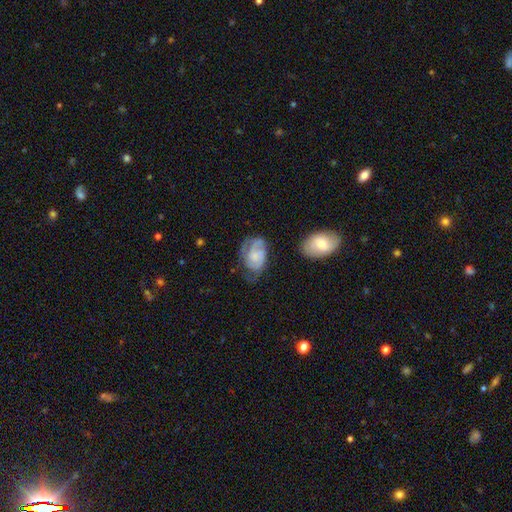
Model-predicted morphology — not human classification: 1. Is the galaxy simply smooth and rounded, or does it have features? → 60% featured or disk, 33% smooth, 7% star or artifact.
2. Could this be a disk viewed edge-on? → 97% no, 3% yes.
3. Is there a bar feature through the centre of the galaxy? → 72% no, 25% weak, 3% strong.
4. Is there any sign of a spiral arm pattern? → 82% yes, 18% no.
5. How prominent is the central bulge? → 46% small, 27% moderate, 19% none, 6% large, 2% dominant.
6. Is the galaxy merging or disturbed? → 44% none, 29% minor disturbance, 23% major disturbance, 4% merger.